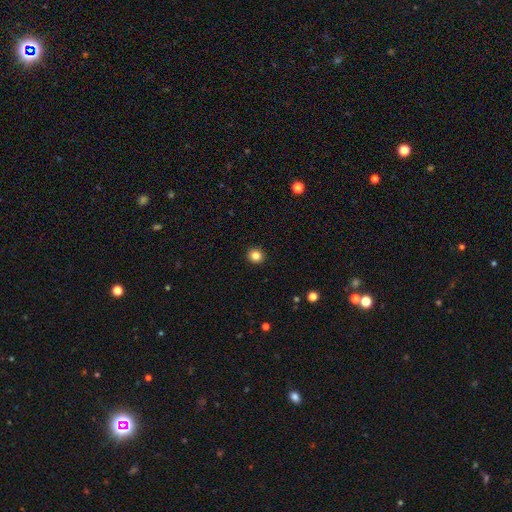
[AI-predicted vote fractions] Smooth or featured: smooth — 84% (star or artifact — 11%)
How rounded: round — 90% (in between — 10%)
Merging: none — 93% (minor disturbance — 4%)